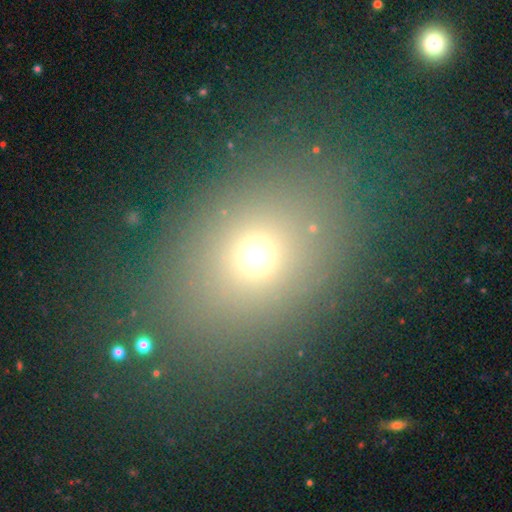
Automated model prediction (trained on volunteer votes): Overall: smooth (66%). How rounded: in between (50%; round 48%). Merging: none (78%).